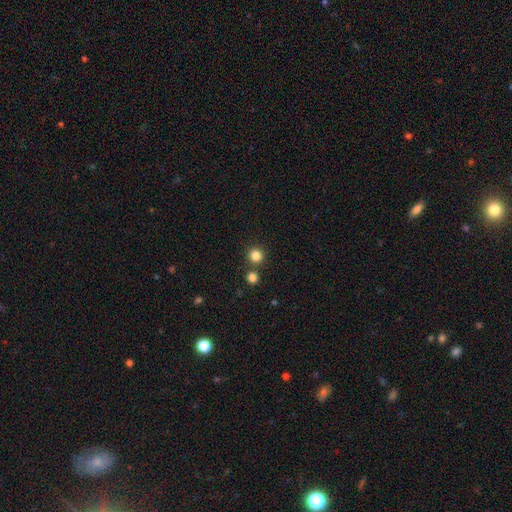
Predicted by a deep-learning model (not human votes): A smooth galaxy with no disk features (83%) that is round (93%). Merging: none (79%).